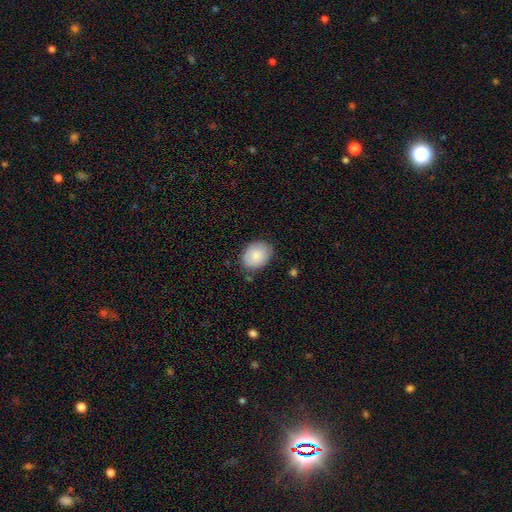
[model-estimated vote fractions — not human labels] Smooth or featured?
  - smooth: 84% *
  - featured or disk: 9%
  - star or artifact: 7%
How rounded?
  - in between: 64% *
  - round: 35%
  - cigar-shaped: 1%
Merging?
  - none: 78% *
  - minor disturbance: 17%
  - major disturbance: 3%
  - merger: 2%